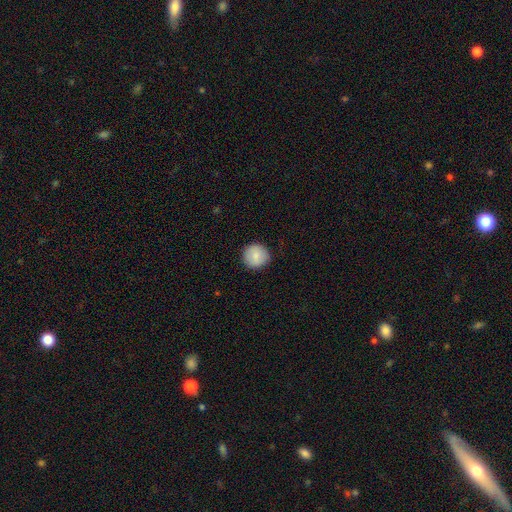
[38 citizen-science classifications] smooth_or_featured: smooth (p=0.84) [alt: featured or disk p=0.08]
how_rounded: round (p=1.00)
merging: none (p=0.83) [alt: minor disturbance p=0.09]